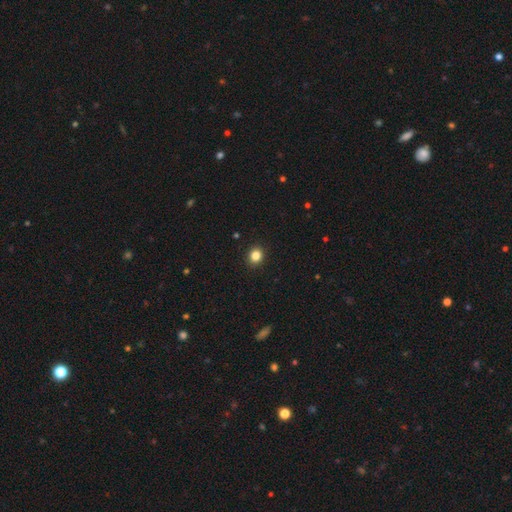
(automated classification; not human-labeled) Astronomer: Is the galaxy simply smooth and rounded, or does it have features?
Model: smooth — 84%.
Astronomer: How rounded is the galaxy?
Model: round — 74%.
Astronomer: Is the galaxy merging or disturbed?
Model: none — 92%.